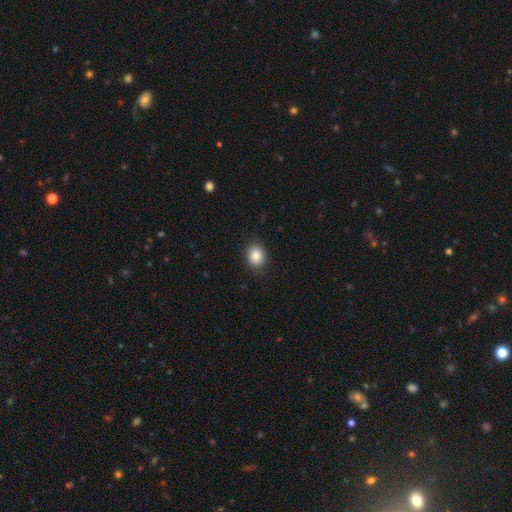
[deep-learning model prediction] Q: Smooth or featured?
A: smooth (87%); runner-up: star or artifact (9%)
Q: How rounded?
A: round (50%); runner-up: in between (49%)
Q: Merging?
A: none (88%); runner-up: minor disturbance (9%)